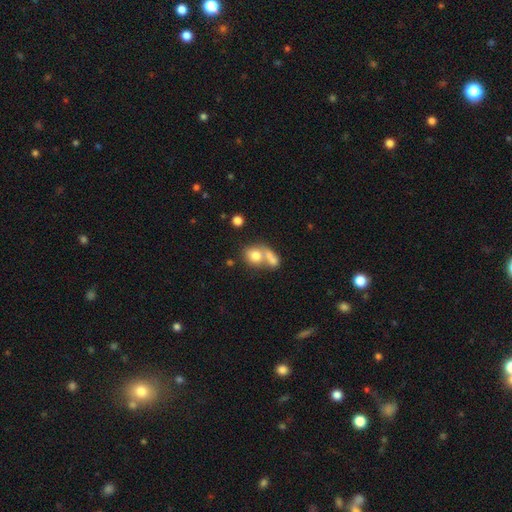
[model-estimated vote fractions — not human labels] smooth_or_featured: smooth (p=0.74) [alt: featured or disk p=0.17]
how_rounded: round (p=0.57) [alt: in between p=0.41]
merging: merger (p=0.58) [alt: none p=0.28]